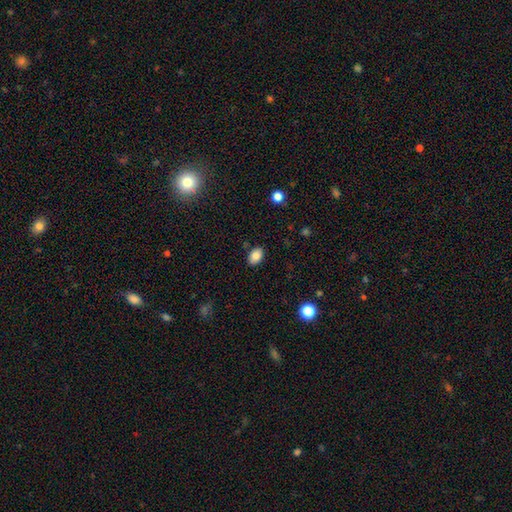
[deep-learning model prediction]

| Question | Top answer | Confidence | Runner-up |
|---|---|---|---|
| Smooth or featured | smooth | 85% | star or artifact (9%) |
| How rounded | in between | 84% | round (15%) |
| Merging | none | 86% | minor disturbance (10%) |